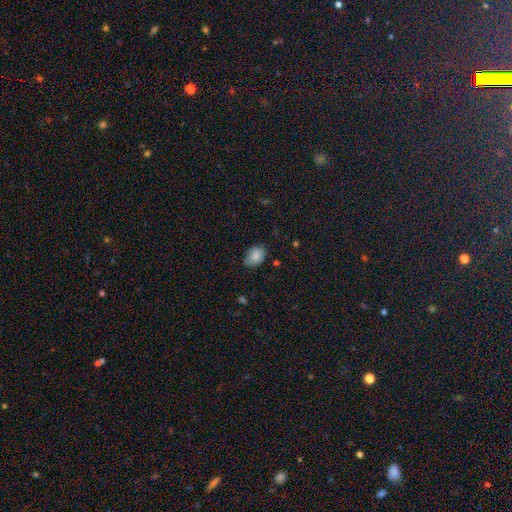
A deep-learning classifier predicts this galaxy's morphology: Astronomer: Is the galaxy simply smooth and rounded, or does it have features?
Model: smooth — 85%.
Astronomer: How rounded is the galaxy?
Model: in between — 80%.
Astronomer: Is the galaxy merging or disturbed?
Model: none — 74%.